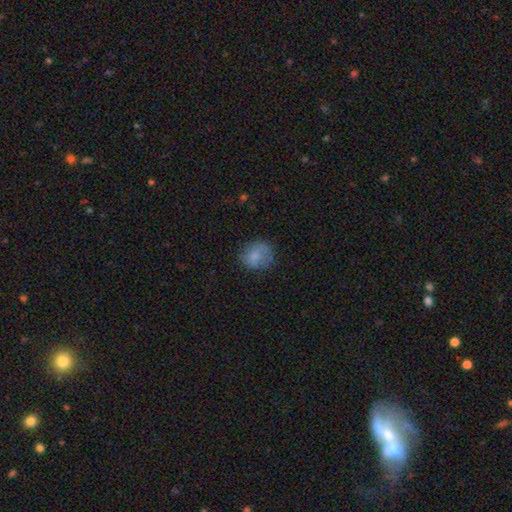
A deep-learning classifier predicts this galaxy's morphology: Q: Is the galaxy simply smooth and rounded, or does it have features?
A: smooth — 75%.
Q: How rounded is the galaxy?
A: round — 71%.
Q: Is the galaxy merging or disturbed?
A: none — 65%.